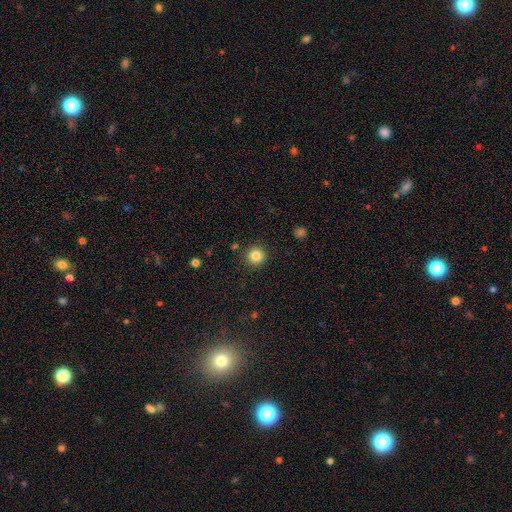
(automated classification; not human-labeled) Smooth or featured? Predicted: smooth (p=0.84). How rounded? Predicted: round (p=0.95). Merging? Predicted: none (p=0.91).